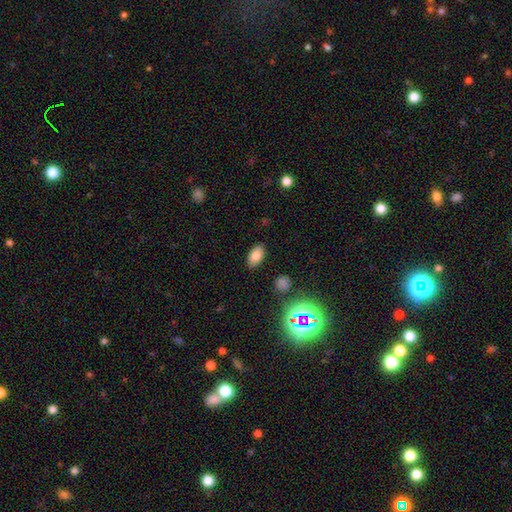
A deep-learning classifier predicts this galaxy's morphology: type=smooth (79%); roundness=in between (92%); merging=none (86%).